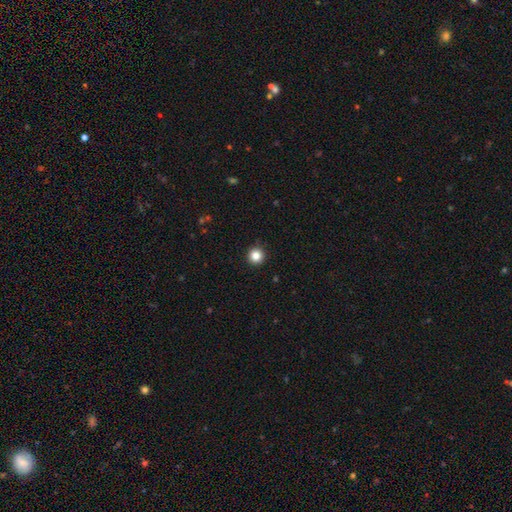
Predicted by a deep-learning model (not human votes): A smooth galaxy with no disk features (84%) that is round (96%).

Vote fractions:
- Smooth or featured? smooth: 84% / star or artifact: 12% / featured or disk: 4%
- How rounded? round: 96% / in between: 3% / cigar-shaped: 1%
- Merging? none: 94% / minor disturbance: 4% / major disturbance: 1% / merger: 1%